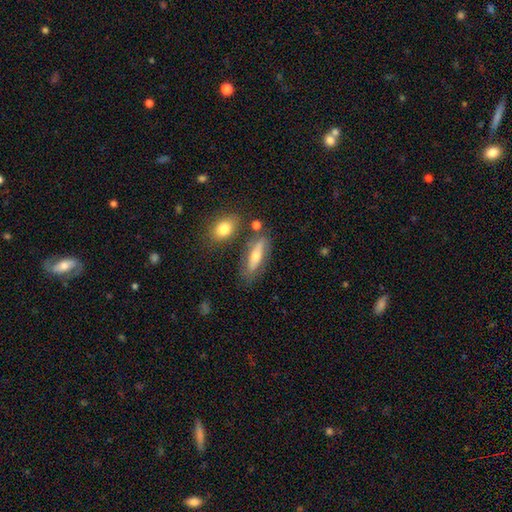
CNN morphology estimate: Overall: smooth (48%; featured or disk 44%). Merging: none (70%).